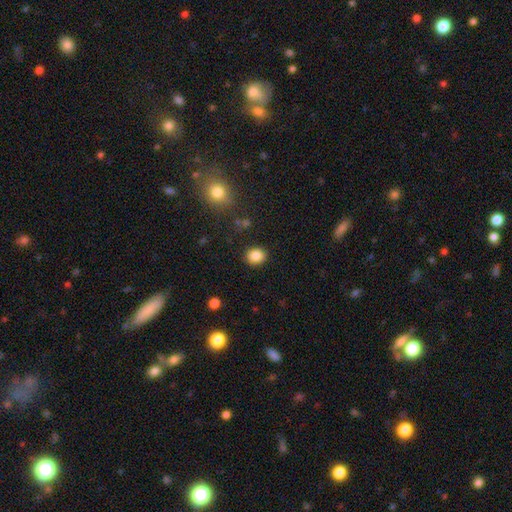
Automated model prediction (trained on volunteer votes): Overall: smooth (85%). How rounded: round (69%; in between 31%). Merging: none (89%).